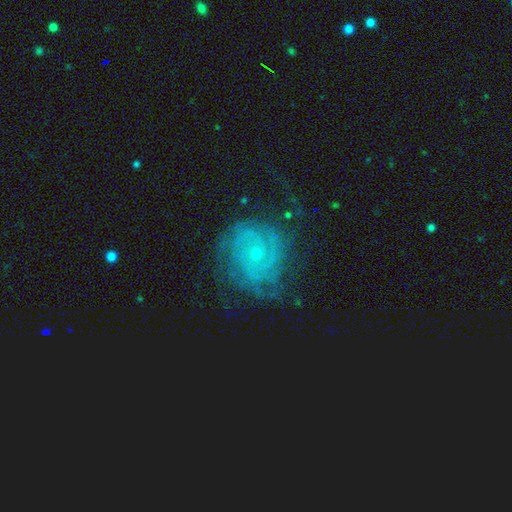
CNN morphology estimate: Smooth or featured?
  - featured or disk: 66% *
  - star or artifact: 21%
  - smooth: 13%
Edge-on disk?
  - no: 97% *
  - yes: 3%
Bar?
  - no: 80% *
  - weak: 16%
  - strong: 4%
Spiral arms?
  - yes: 94% *
  - no: 6%
Spiral winding?
  - tight: 69% *
  - medium: 24%
  - loose: 7%
Spiral arm count?
  - can't tell: 38% *
  - 2: 17%
  - 3: 14%
  - 4: 12%
  - more than 4: 10%
  - 1: 9%
Bulge size?
  - small: 81% *
  - moderate: 15%
  - none: 2%
  - large: 1%
  - dominant: 1%
Merging?
  - none: 73% *
  - minor disturbance: 16%
  - major disturbance: 9%
  - merger: 1%